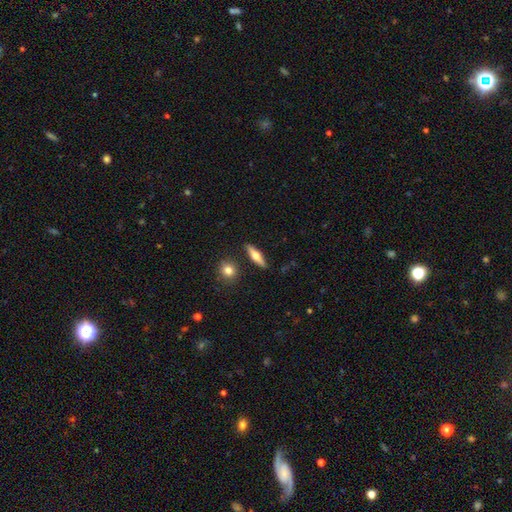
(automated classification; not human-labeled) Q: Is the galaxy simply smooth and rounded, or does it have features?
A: featured or disk — 53%.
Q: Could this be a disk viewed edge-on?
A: yes — 92%.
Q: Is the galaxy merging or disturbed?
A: none — 87%.